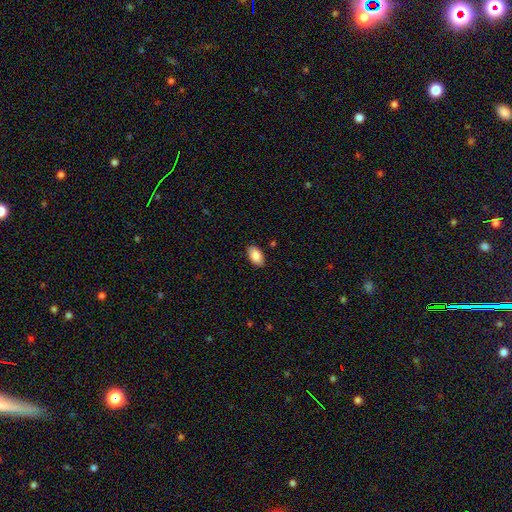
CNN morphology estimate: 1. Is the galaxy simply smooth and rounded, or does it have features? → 88% smooth, 6% star or artifact, 5% featured or disk.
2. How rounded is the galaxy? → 94% in between, 4% round, 2% cigar-shaped.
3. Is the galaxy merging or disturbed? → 88% none, 9% minor disturbance, 2% major disturbance, 1% merger.